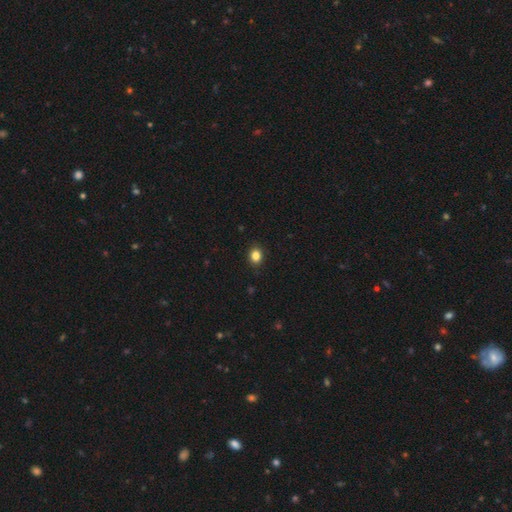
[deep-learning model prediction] Overall: smooth (84%). How rounded: round (57%; in between 42%). Merging: none (89%).